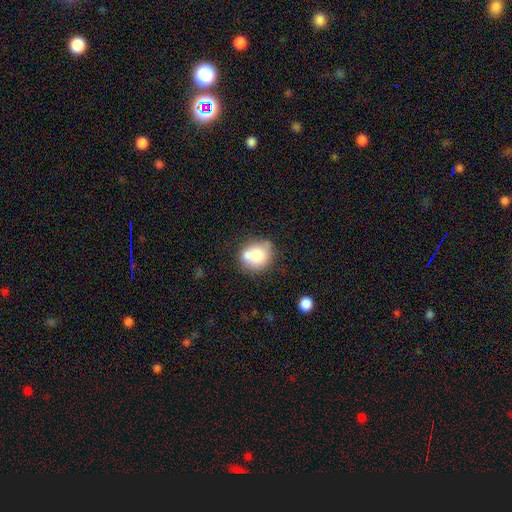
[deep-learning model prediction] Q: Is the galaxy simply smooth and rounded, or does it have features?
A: smooth — 74%.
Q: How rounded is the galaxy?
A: round — 72%.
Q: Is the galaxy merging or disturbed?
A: none — 48%.